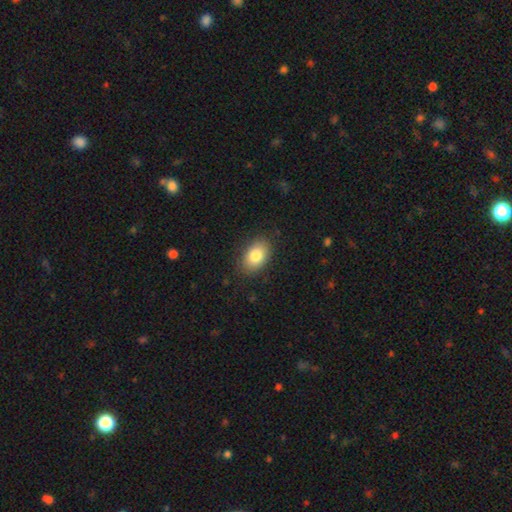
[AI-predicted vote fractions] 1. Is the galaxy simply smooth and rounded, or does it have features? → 81% smooth, 11% featured or disk, 8% star or artifact.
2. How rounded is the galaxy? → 87% in between, 12% round, 1% cigar-shaped.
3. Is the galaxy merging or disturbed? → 85% none, 11% minor disturbance, 3% major disturbance, 1% merger.